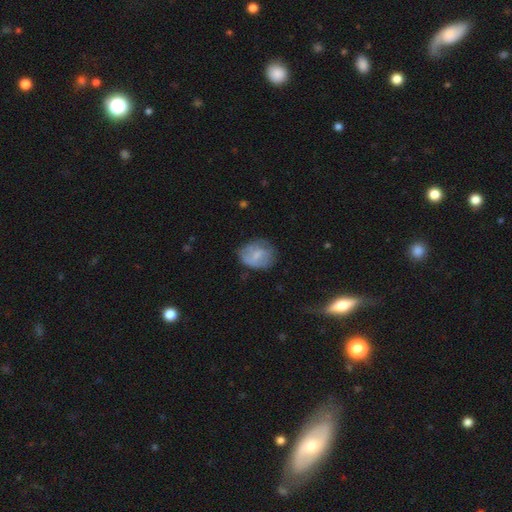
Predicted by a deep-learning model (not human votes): A smooth galaxy with no disk features (63%) that is in between round and cigar-shaped (55%).

Vote fractions:
- Smooth or featured? smooth: 63% / featured or disk: 30% / star or artifact: 8%
- How rounded? in between: 55% / round: 44% / cigar-shaped: 1%
- Merging? none: 60% / minor disturbance: 28% / major disturbance: 11% / merger: 2%